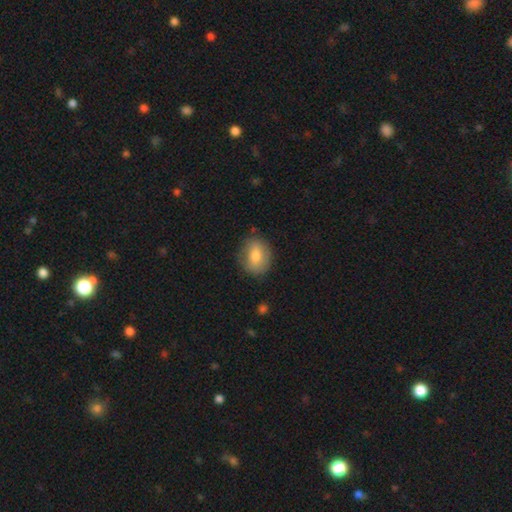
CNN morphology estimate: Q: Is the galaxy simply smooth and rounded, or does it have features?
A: smooth — 75%.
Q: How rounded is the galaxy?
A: in between — 50%.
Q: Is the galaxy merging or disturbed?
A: none — 79%.